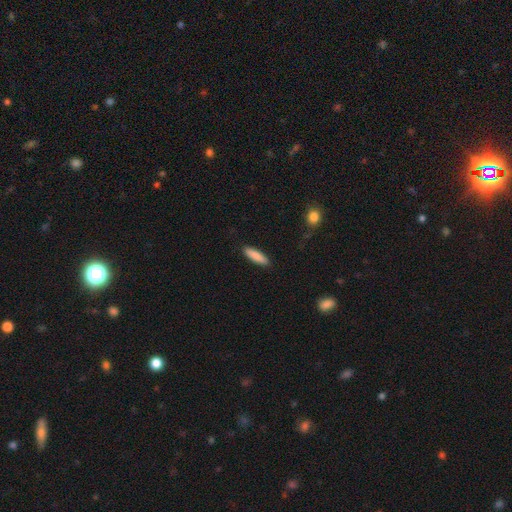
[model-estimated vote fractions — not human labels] smooth 88%, featured or disk 7%, star or artifact 6%. Down the decision tree: how rounded — cigar-shaped (67%); merging — none (90%).